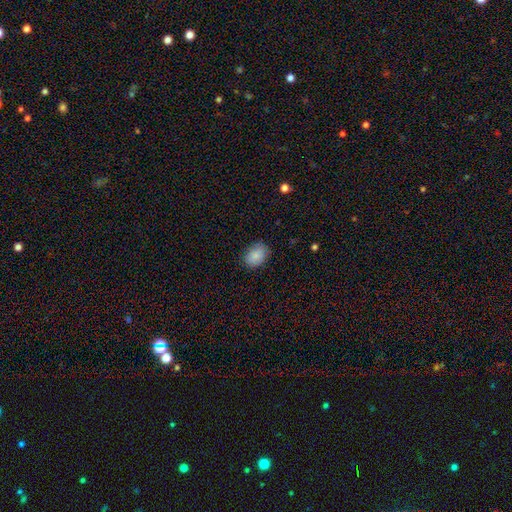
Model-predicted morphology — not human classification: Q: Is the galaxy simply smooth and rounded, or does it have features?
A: smooth — 87%.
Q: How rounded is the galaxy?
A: in between — 74%.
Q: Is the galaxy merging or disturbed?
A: none — 82%.